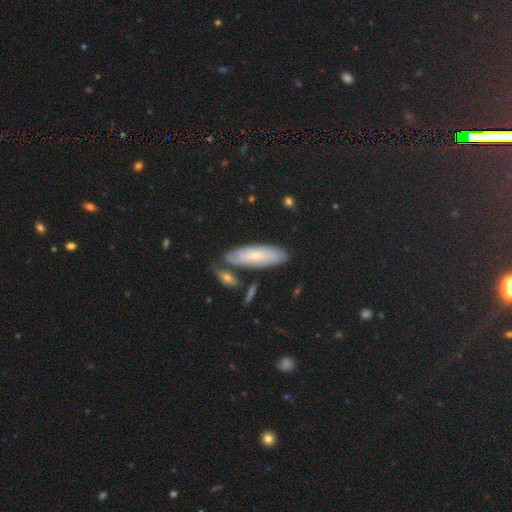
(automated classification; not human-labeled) smooth 55%, featured or disk 37%, star or artifact 8%. Down the decision tree: how rounded — in between (59%); merging — none (73%).